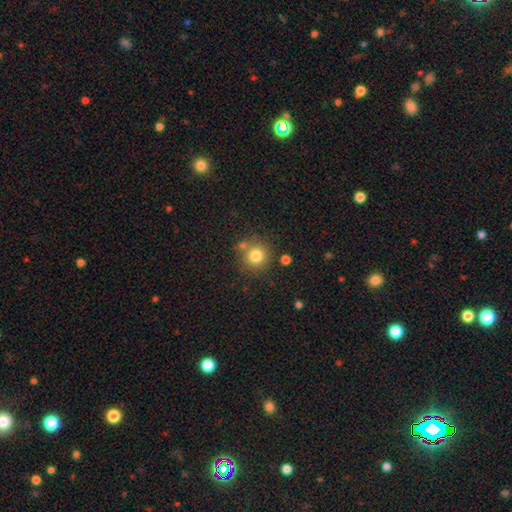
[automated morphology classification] Q: Smooth or featured?
A: smooth (80%); runner-up: star or artifact (12%)
Q: How rounded?
A: round (92%); runner-up: in between (7%)
Q: Merging?
A: none (75%); runner-up: merger (12%)